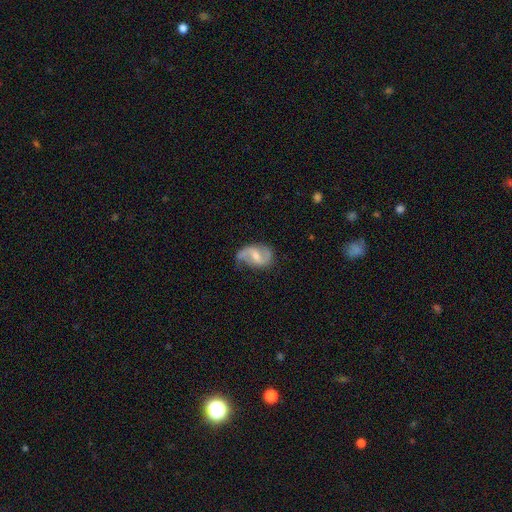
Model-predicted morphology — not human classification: Q: Smooth or featured?
A: featured or disk (79%); runner-up: smooth (15%)
Q: Edge-on disk?
A: no (98%); runner-up: yes (2%)
Q: Bar?
A: weak (57%); runner-up: strong (23%)
Q: Spiral arms?
A: yes (94%); runner-up: no (6%)
Q: Spiral winding?
A: loose (49%); runner-up: medium (41%)
Q: Spiral arm count?
A: 2 (86%); runner-up: 1 (7%)
Q: Bulge size?
A: moderate (47%); runner-up: small (37%)
Q: Merging?
A: none (57%); runner-up: minor disturbance (28%)